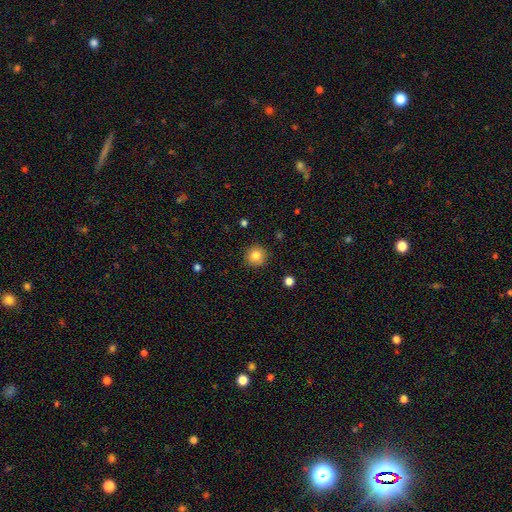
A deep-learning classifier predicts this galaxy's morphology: This is clearly a smooth galaxy (82%). How rounded: clearly round (94%). Merging: clearly none (90%).